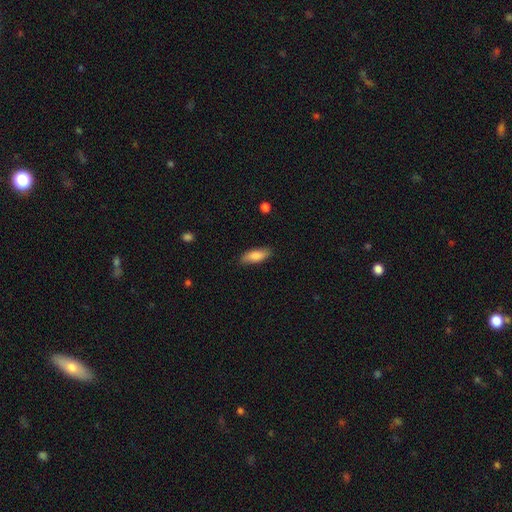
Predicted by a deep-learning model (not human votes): The model was most divided on "how rounded": in between: 68%, cigar-shaped: 30%, round: 2%. More confident: merging — none (84%); smooth or featured — smooth (84%).